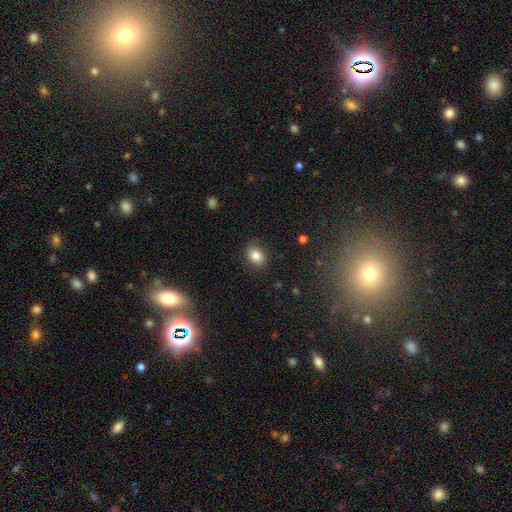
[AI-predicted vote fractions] A smooth galaxy with no disk features (83%) that is in between round and cigar-shaped (58%).

Vote fractions:
- Smooth or featured? smooth: 83% / star or artifact: 10% / featured or disk: 8%
- How rounded? in between: 58% / round: 41% / cigar-shaped: 1%
- Merging? none: 82% / minor disturbance: 13% / major disturbance: 3% / merger: 1%